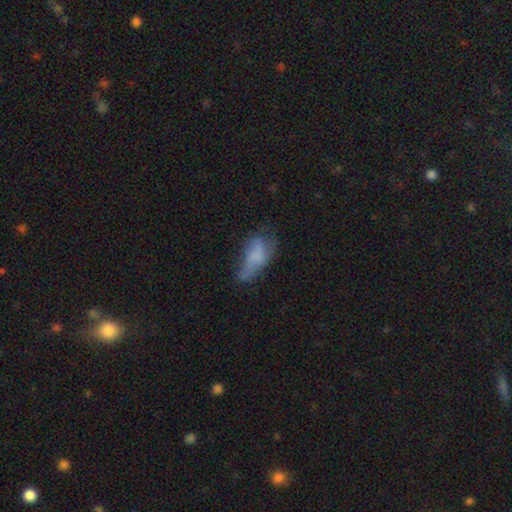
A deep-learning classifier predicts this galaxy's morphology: This appears to be a smooth galaxy with no disk features (59%) that is in between round and cigar-shaped (81%). Merging: major disturbance (36%).